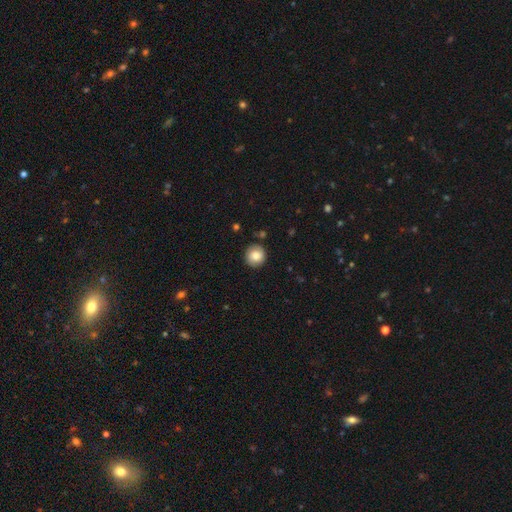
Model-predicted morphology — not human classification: smooth-or-featured: smooth: 83% | featured or disk: 9% | star or artifact: 8%
  how-rounded: round: 92% | in between: 7% | cigar-shaped: 1%
  merging: none: 88% | minor disturbance: 9% | major disturbance: 2% | merger: 2%